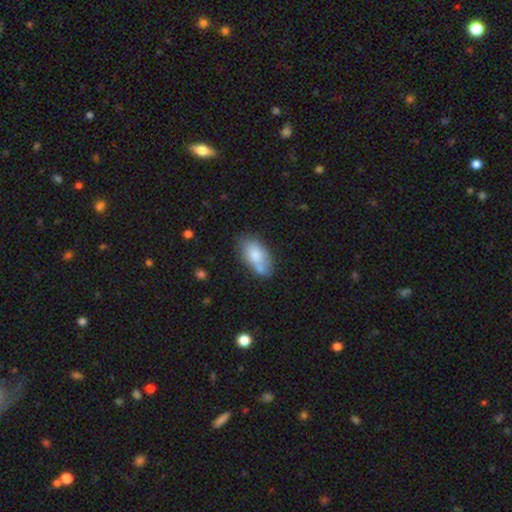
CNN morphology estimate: Smooth or featured? smooth (76%)
How rounded? in between (92%)
Merging? none (54%)